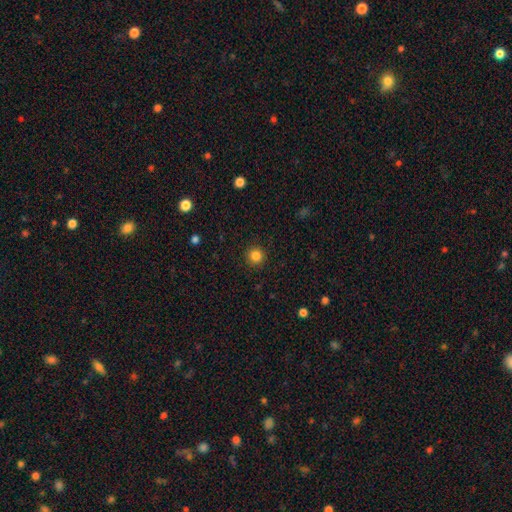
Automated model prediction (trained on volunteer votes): Smooth or featured: smooth — 84% (star or artifact — 12%)
How rounded: round — 95% (in between — 4%)
Merging: none — 93% (minor disturbance — 5%)